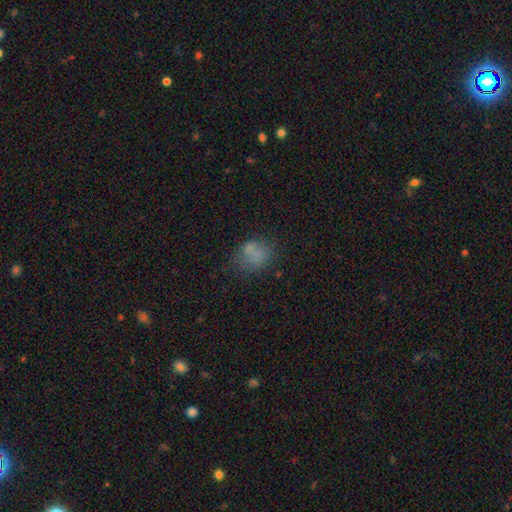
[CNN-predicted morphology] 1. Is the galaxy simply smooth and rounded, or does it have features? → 66% smooth, 18% featured or disk, 16% star or artifact.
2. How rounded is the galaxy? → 55% round, 43% in between, 1% cigar-shaped.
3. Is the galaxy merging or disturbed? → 54% none, 22% minor disturbance, 13% major disturbance, 10% merger.